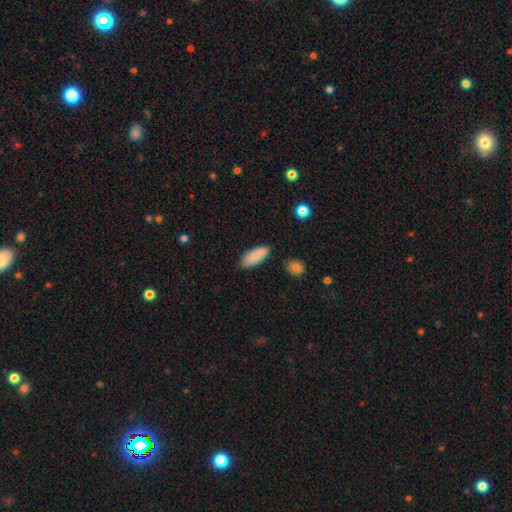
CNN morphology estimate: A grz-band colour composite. It shows a smooth galaxy with no disk features (85%) that is in between round and cigar-shaped (77%). Merging: none (83%).